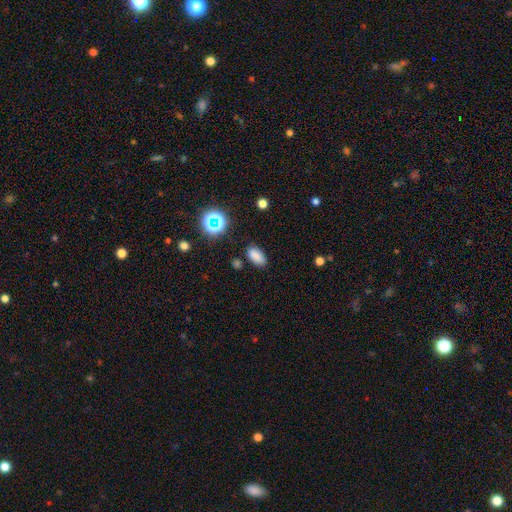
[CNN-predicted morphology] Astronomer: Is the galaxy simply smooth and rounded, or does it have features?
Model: smooth — 80%.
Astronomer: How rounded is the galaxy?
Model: in between — 91%.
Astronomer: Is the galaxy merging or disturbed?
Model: none — 82%.